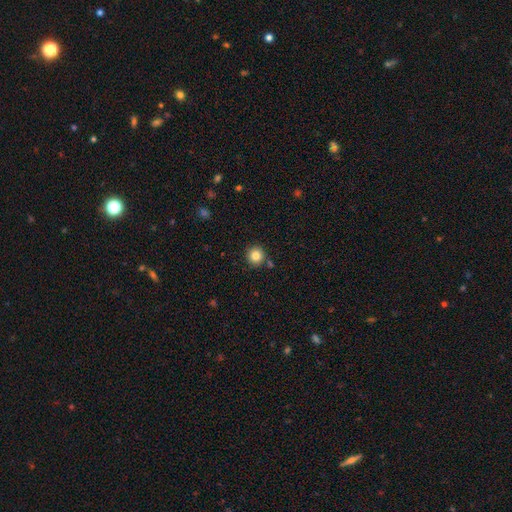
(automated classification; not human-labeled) Smooth or featured? Predicted: smooth (p=0.84). How rounded? Predicted: round (p=0.93). Merging? Predicted: none (p=0.86).